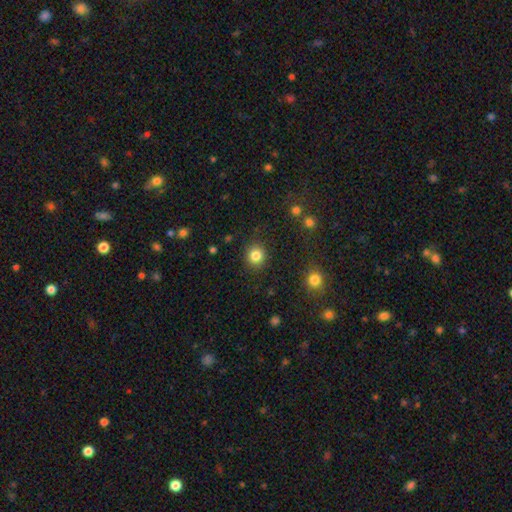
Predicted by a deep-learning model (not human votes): Smooth or featured: smooth — 84% (star or artifact — 11%)
How rounded: round — 87% (in between — 12%)
Merging: none — 89% (minor disturbance — 7%)